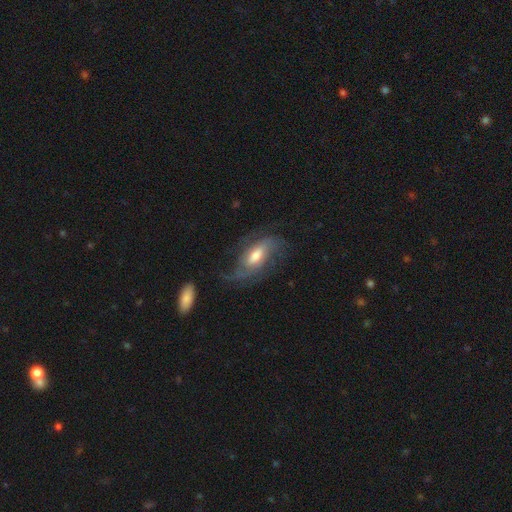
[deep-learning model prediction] Morphology: type=featured or disk (75%); edge-on=no (91%); bar=weak (46%); spiral arms=yes (91%); winding=medium (41%); arm count=2 (55%); bulge=moderate (58%); merging=none (53%).